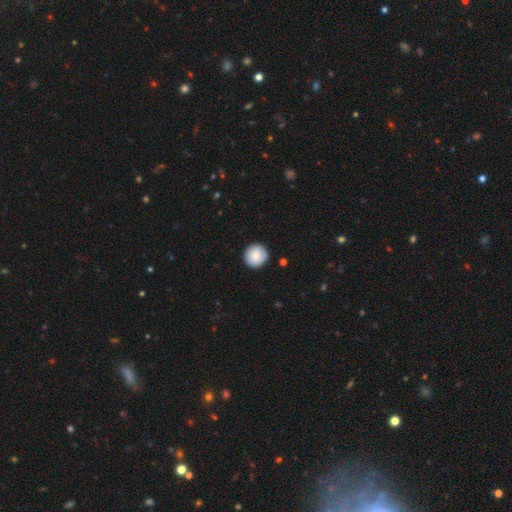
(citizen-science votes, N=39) Volunteers were most divided on "smooth or featured": smooth: 85%, star or artifact: 10%, featured or disk: 5%. More confident: how rounded — round (100%); merging — none (91%).